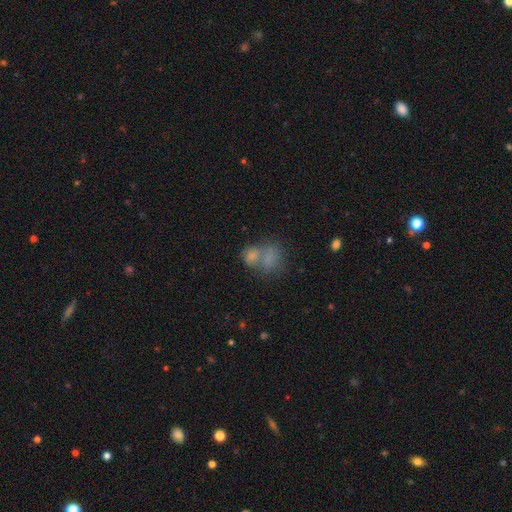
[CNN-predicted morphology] Overall: smooth (72%). How rounded: in between (62%; round 36%). Merging: merger (56%; none 27%).